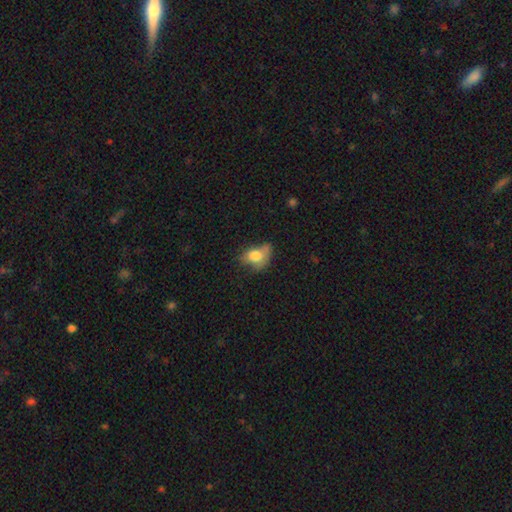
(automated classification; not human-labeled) This appears to be a smooth galaxy with no disk features (72%) that is in between round and cigar-shaped (74%). Merging: minor disturbance (37%).